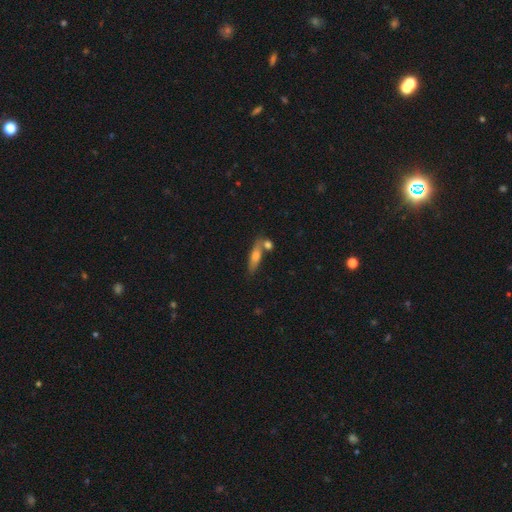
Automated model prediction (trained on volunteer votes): Smooth or featured? smooth (58%)
How rounded? cigar-shaped (60%)
Merging? none (62%)